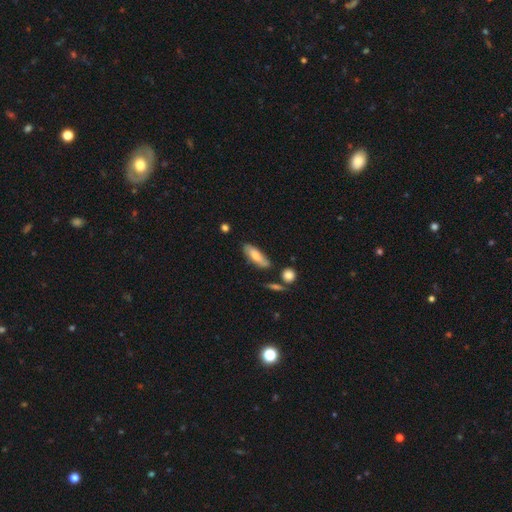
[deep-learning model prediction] A smooth galaxy with no disk features (68%) that is in between round and cigar-shaped (57%). Merging: none (73%).